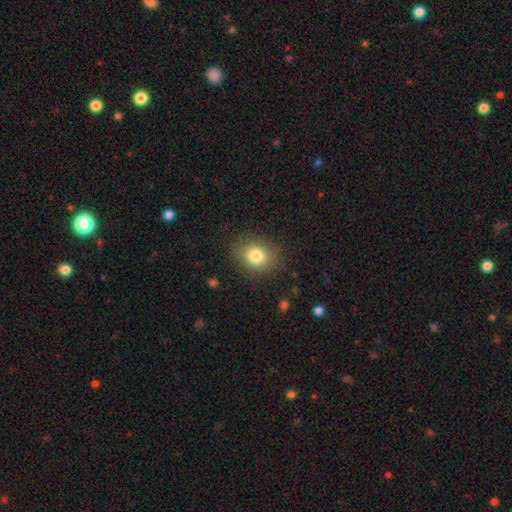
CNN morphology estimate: The model was most divided on "how rounded": in between: 53%, round: 46%, cigar-shaped: 1%. More confident: merging — none (84%); smooth or featured — smooth (80%).